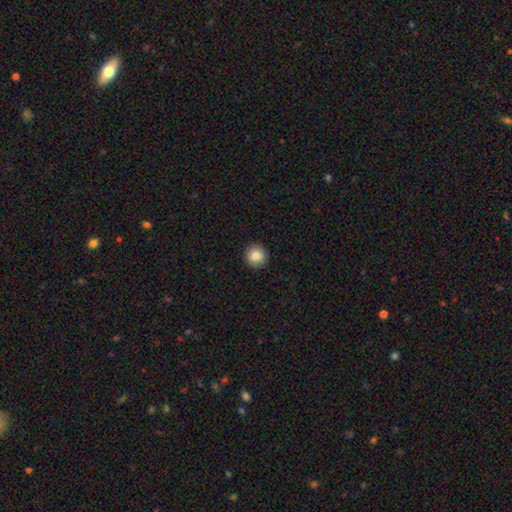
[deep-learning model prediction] Q: Smooth or featured?
A: smooth (86%); runner-up: star or artifact (9%)
Q: How rounded?
A: round (94%); runner-up: in between (5%)
Q: Merging?
A: none (92%); runner-up: minor disturbance (5%)